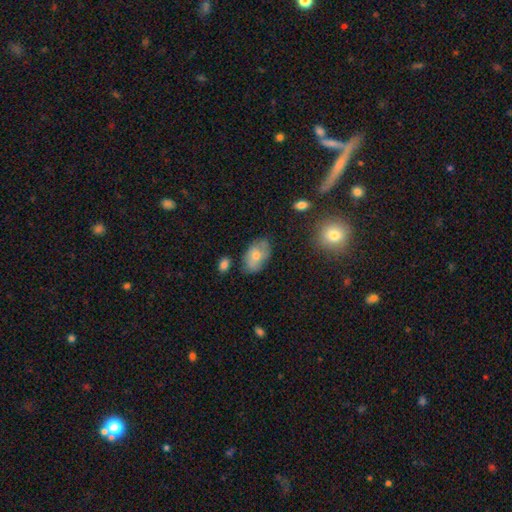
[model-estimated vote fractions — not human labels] The model was most divided on "smooth or featured": smooth: 62%, featured or disk: 30%, star or artifact: 9%. More confident: how rounded — in between (89%); merging — none (67%).